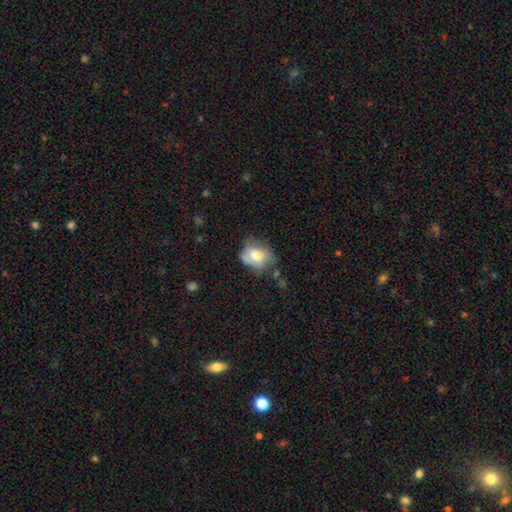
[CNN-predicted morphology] type=smooth (69%); roundness=round (53%); merging=none (47%).